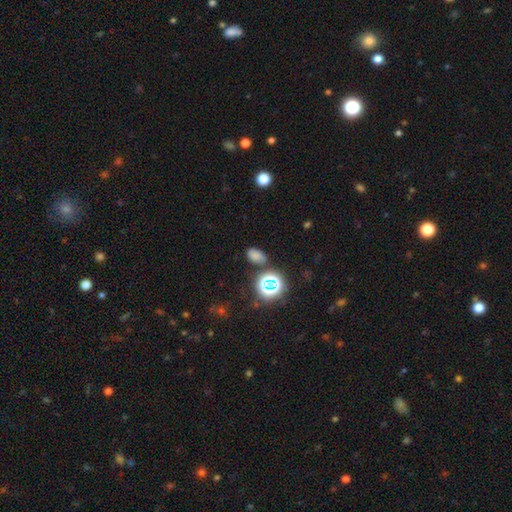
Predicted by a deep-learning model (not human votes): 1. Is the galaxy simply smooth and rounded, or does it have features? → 68% smooth, 26% star or artifact, 6% featured or disk.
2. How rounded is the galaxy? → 84% in between, 15% round, 2% cigar-shaped.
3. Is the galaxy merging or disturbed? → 78% none, 13% minor disturbance, 5% merger, 4% major disturbance.